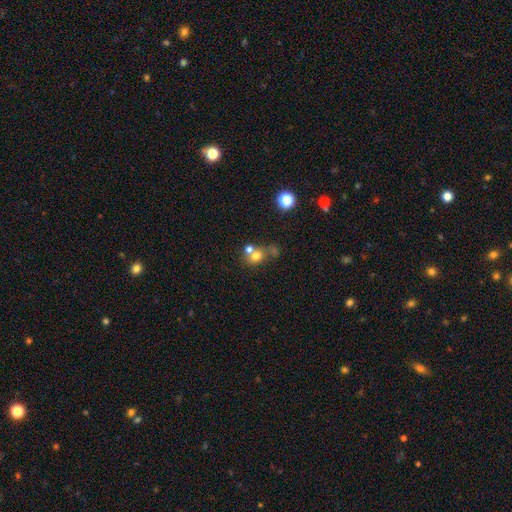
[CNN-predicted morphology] smooth_or_featured: smooth (p=0.69) [alt: star or artifact p=0.16]
how_rounded: round (p=0.71) [alt: in between p=0.28]
merging: merger (p=0.47) [alt: none p=0.38]